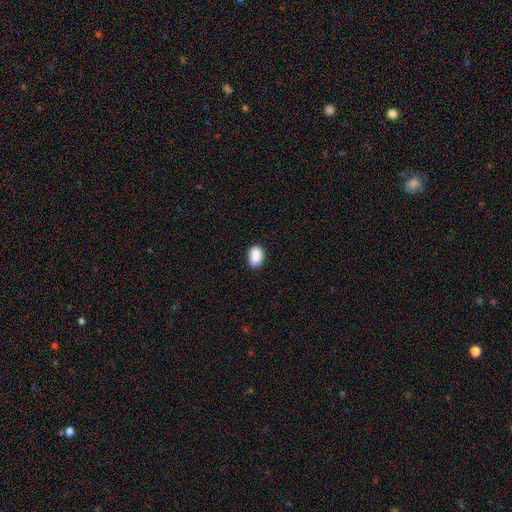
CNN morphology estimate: Smooth or featured? smooth (90%)
How rounded? in between (86%)
Merging? none (88%)